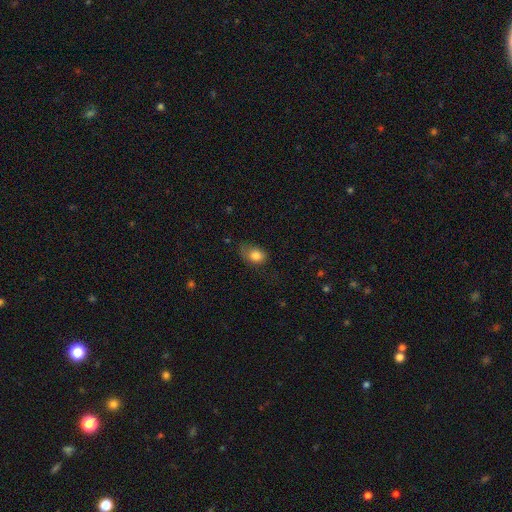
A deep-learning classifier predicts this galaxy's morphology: This is clearly a smooth galaxy (81%). How rounded: likely in between (70%). Merging: marginally none (40%).